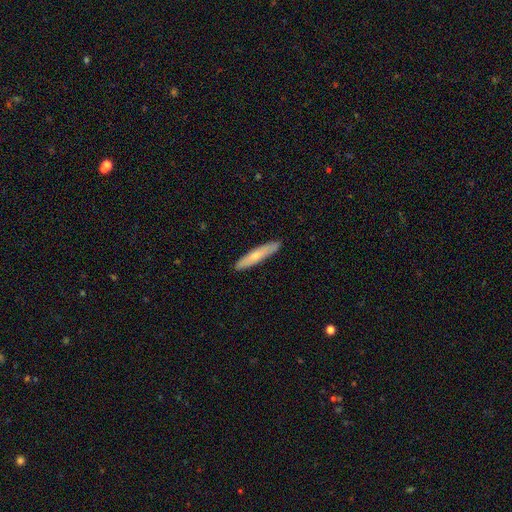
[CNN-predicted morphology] Smooth or featured? Predicted: smooth (p=0.60). How rounded? Predicted: cigar-shaped (p=0.89). Merging? Predicted: none (p=0.89).